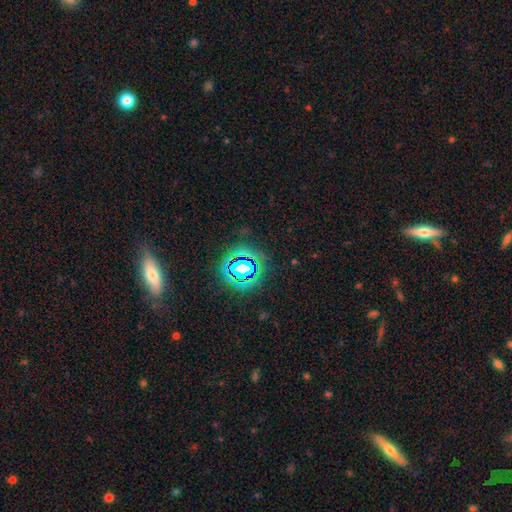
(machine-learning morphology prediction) A star or artifact, not a galaxy (63%).